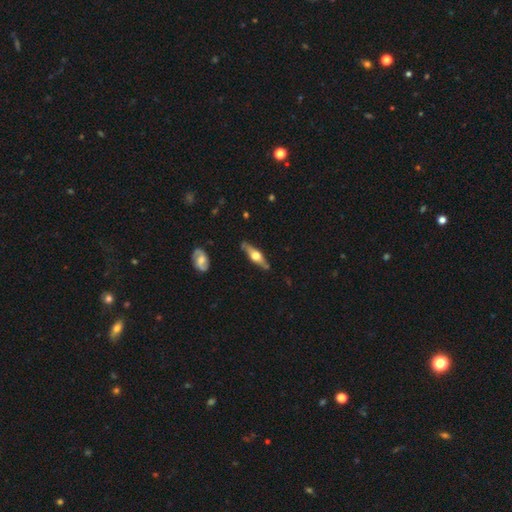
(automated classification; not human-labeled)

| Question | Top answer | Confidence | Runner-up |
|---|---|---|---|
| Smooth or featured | featured or disk | 70% | smooth (25%) |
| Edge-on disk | yes | 94% | no (6%) |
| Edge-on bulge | rounded | 94% | boxy (4%) |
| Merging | none | 82% | minor disturbance (13%) |